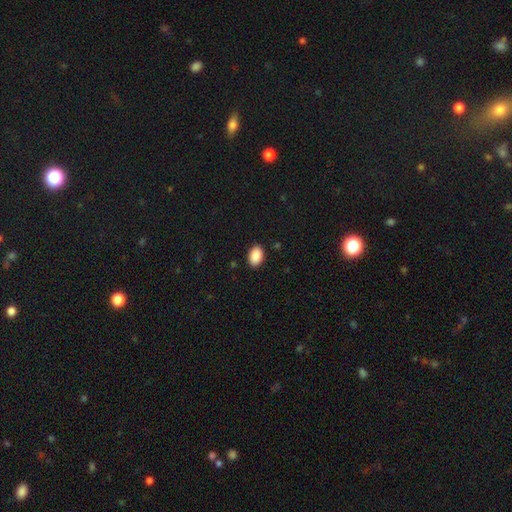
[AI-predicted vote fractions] A smooth galaxy with no disk features (90%) that is in between round and cigar-shaped (86%).

Vote fractions:
- Smooth or featured? smooth: 90% / star or artifact: 7% / featured or disk: 3%
- How rounded? in between: 86% / round: 13% / cigar-shaped: 1%
- Merging? none: 90% / minor disturbance: 8% / major disturbance: 2% / merger: 1%